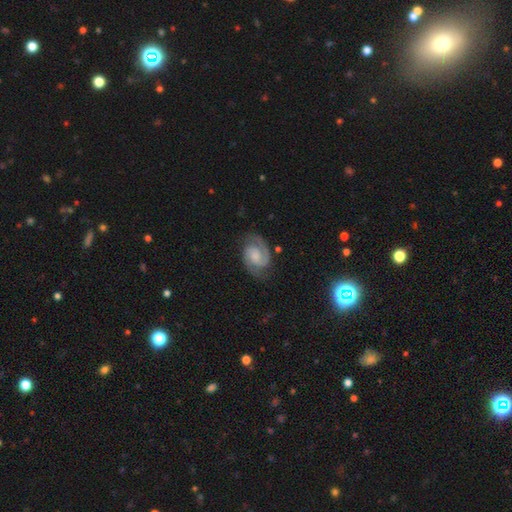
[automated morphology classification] featured or disk 87%, smooth 8%, star or artifact 5%. Down the decision tree: edge-on disk — no (98%); bar — no (55%); spiral arms — yes (98%); spiral arm count — 2 (91%); spiral winding — medium (48%); bulge size — none (34%); merging — none (78%).